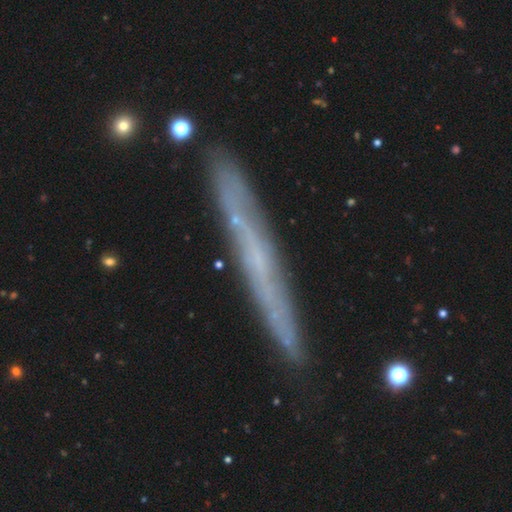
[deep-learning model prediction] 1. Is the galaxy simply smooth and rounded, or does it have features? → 57% featured or disk, 30% smooth, 13% star or artifact.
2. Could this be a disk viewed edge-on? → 90% yes, 10% no.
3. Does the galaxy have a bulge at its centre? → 84% none, 12% rounded, 4% boxy.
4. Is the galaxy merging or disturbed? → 87% none, 10% minor disturbance, 2% major disturbance, 2% merger.